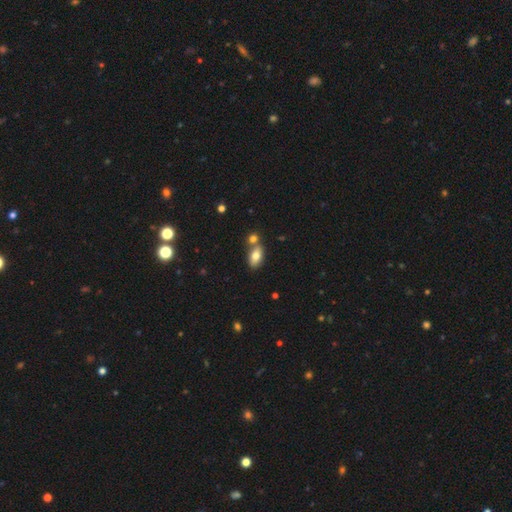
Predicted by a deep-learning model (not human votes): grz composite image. It shows a smooth galaxy with no disk features (77%) that is in between round and cigar-shaped (89%). Merging: none (58%).